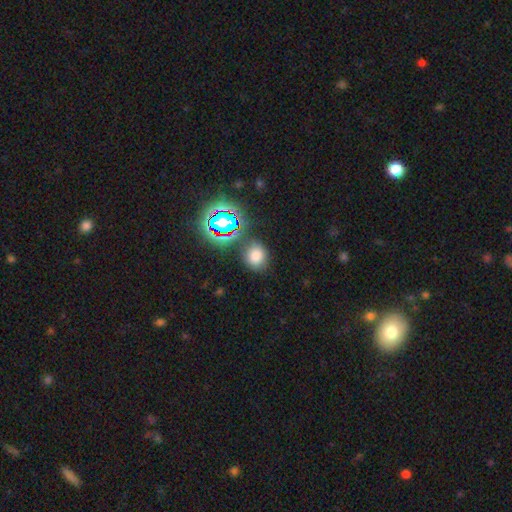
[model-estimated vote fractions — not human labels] A smooth galaxy with no disk features (71%) that is round (66%). Merging: none (77%).